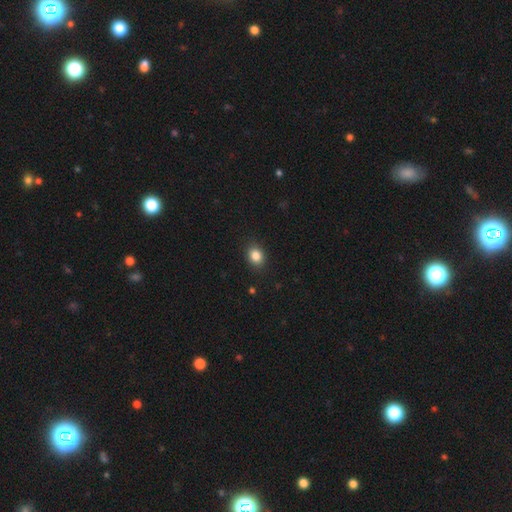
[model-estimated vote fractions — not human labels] smooth 85%, star or artifact 10%, featured or disk 5%. Down the decision tree: how rounded — in between (50%); merging — none (88%).